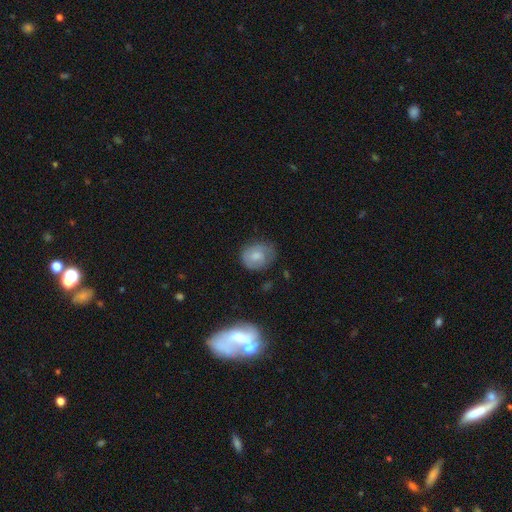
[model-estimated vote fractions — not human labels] Overall: smooth (62%; featured or disk 30%). How rounded: round (60%; in between 39%). Merging: none (64%; minor disturbance 26%).